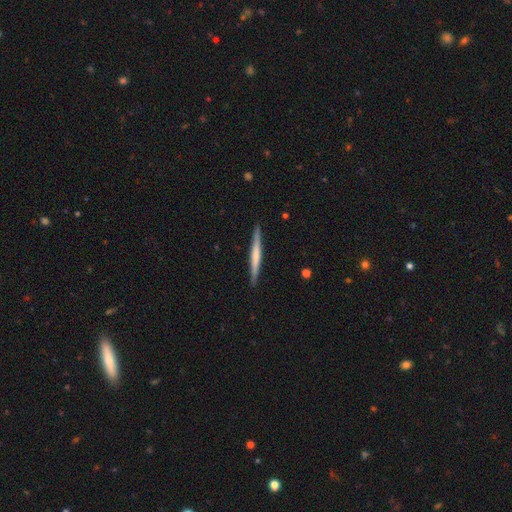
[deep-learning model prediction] Smooth or featured? Predicted: featured or disk (p=0.51). Edge-on disk? Predicted: yes (p=0.97). Merging? Predicted: none (p=0.91).